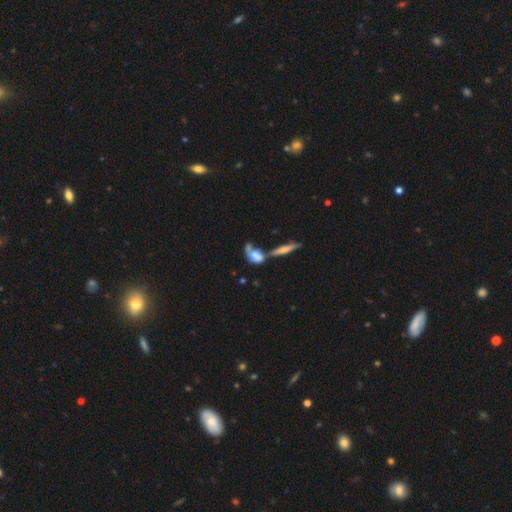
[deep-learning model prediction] Smooth or featured? Predicted: smooth (p=0.54). How rounded? Predicted: in between (p=0.69). Merging? Predicted: merger (p=0.50).